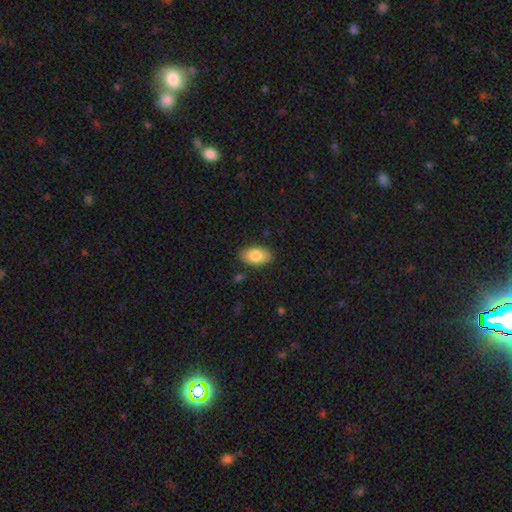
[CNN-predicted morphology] smooth_or_featured: smooth (p=0.81) [alt: featured or disk p=0.12]
how_rounded: in between (p=0.94) [alt: round p=0.05]
merging: none (p=0.86) [alt: minor disturbance p=0.10]